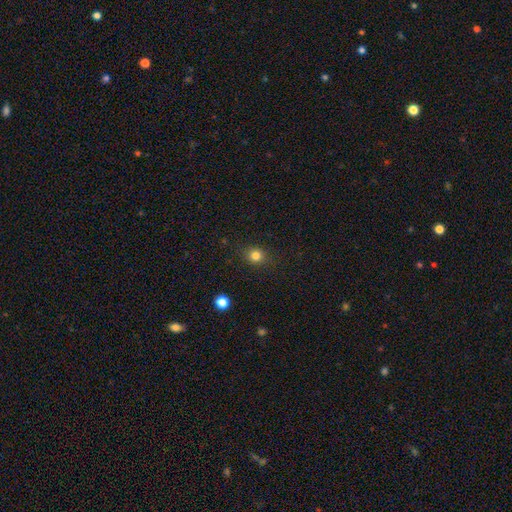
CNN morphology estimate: Smooth or featured: smooth — 82% (star or artifact — 13%)
How rounded: round — 79% (in between — 20%)
Merging: none — 87% (minor disturbance — 9%)